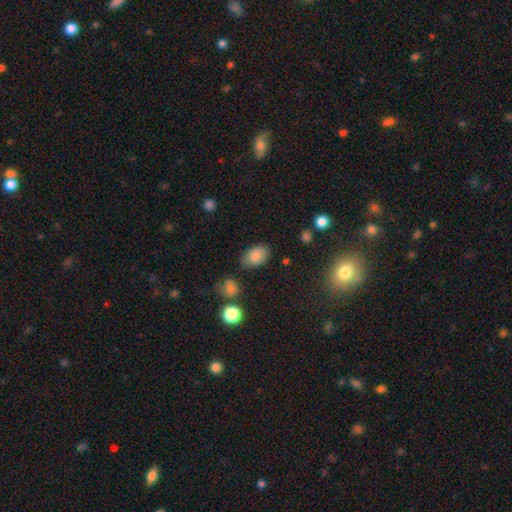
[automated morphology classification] Smooth or featured?
  - smooth: 85% *
  - star or artifact: 9%
  - featured or disk: 6%
How rounded?
  - in between: 88% *
  - round: 11%
  - cigar-shaped: 1%
Merging?
  - none: 74% *
  - minor disturbance: 17%
  - major disturbance: 5%
  - merger: 4%